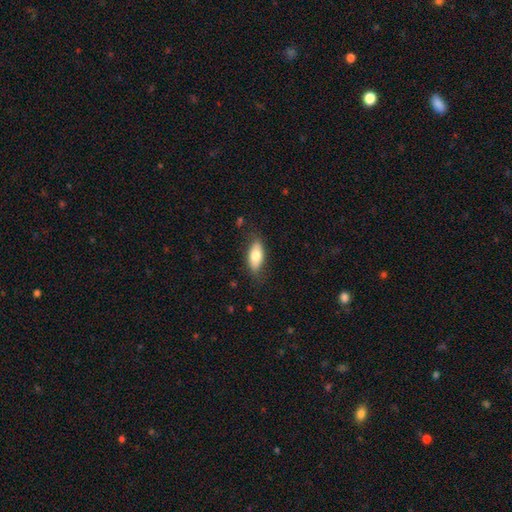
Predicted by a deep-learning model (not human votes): smooth_or_featured: smooth (p=0.75) [alt: featured or disk p=0.18]
how_rounded: in between (p=0.84) [alt: cigar-shaped p=0.13]
merging: none (p=0.78) [alt: minor disturbance p=0.17]